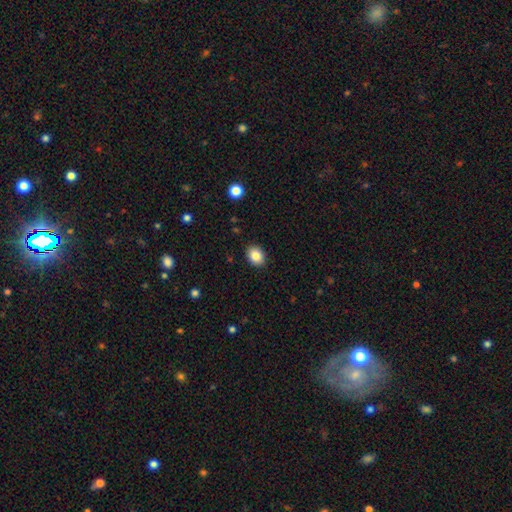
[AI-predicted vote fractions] smooth 86%, star or artifact 9%, featured or disk 5%. Down the decision tree: how rounded — in between (60%); merging — none (90%).